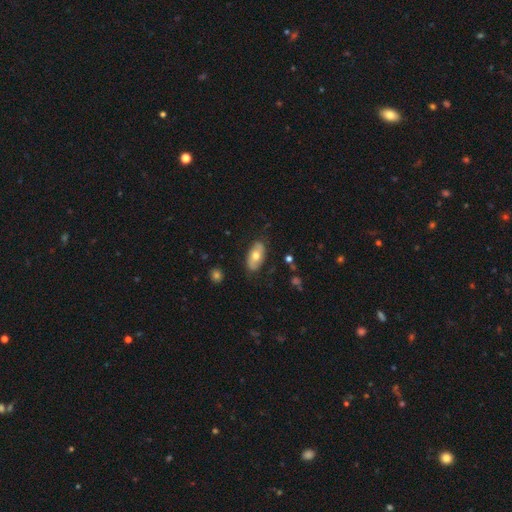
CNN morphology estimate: smooth-or-featured: smooth: 59% | featured or disk: 35% | star or artifact: 6%
  how-rounded: in between: 92% | round: 4% | cigar-shaped: 4%
  merging: none: 79% | minor disturbance: 16% | major disturbance: 4% | merger: 1%